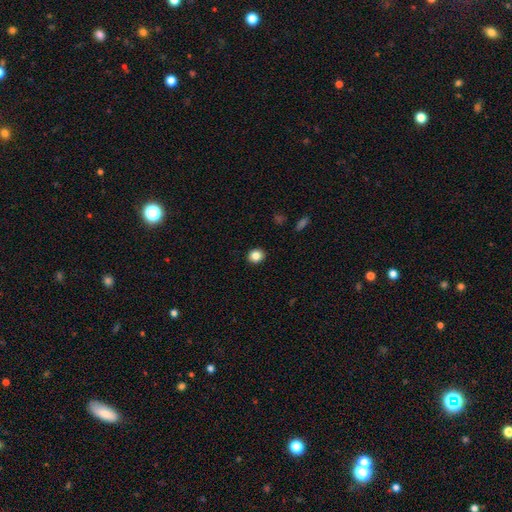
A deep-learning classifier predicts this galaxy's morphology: This appears to be a smooth galaxy with no disk features (85%) that is round (77%). Merging: none (92%).